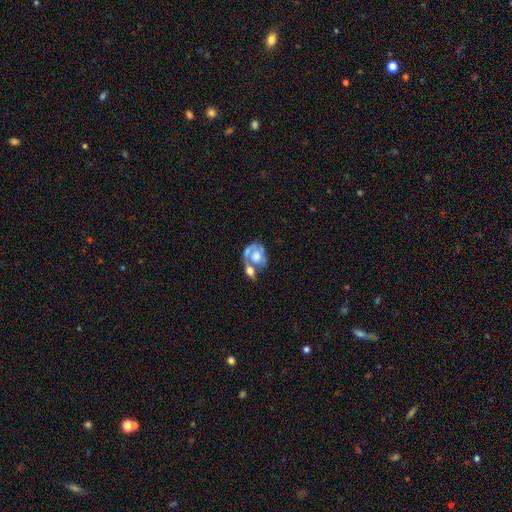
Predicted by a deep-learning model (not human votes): This appears to be a featured or disk galaxy (61%) with no bar (84%), spiral arms (58%) and a large central bulge (40%). Merging: merger (44%).